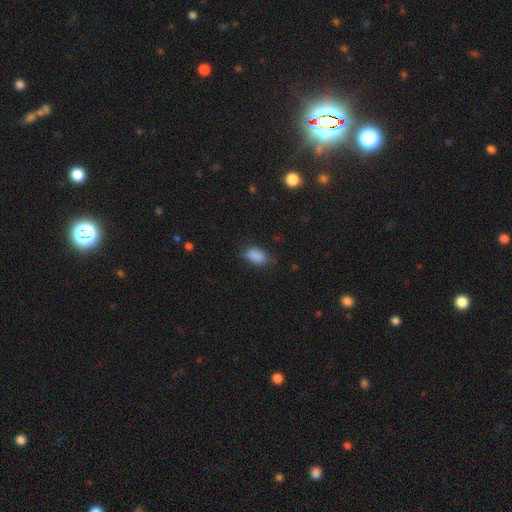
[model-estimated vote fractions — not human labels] smooth_or_featured: smooth (p=0.87) [alt: star or artifact p=0.09]
how_rounded: in between (p=0.90) [alt: round p=0.07]
merging: none (p=0.72) [alt: minor disturbance p=0.22]